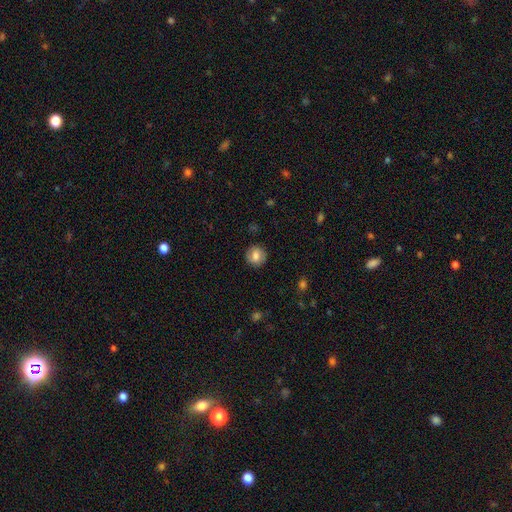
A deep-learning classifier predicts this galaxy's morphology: A smooth galaxy with no disk features (76%) that is round (87%).

Vote fractions:
- Smooth or featured? smooth: 76% / featured or disk: 15% / star or artifact: 9%
- How rounded? round: 87% / in between: 13% / cigar-shaped: 1%
- Merging? none: 86% / minor disturbance: 10% / major disturbance: 3% / merger: 1%